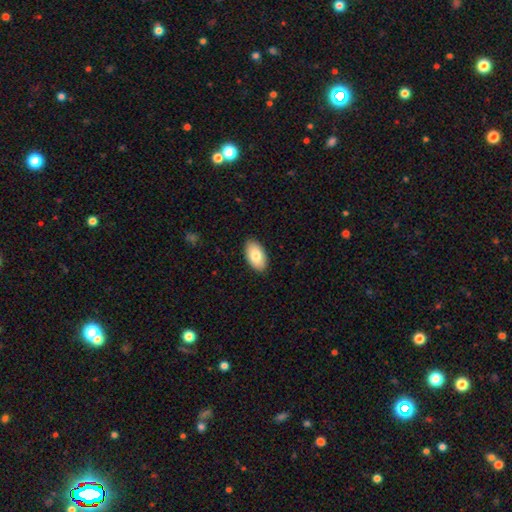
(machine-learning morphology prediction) A smooth galaxy with no disk features (81%) that is in between round and cigar-shaped (95%). Merging: none (89%).